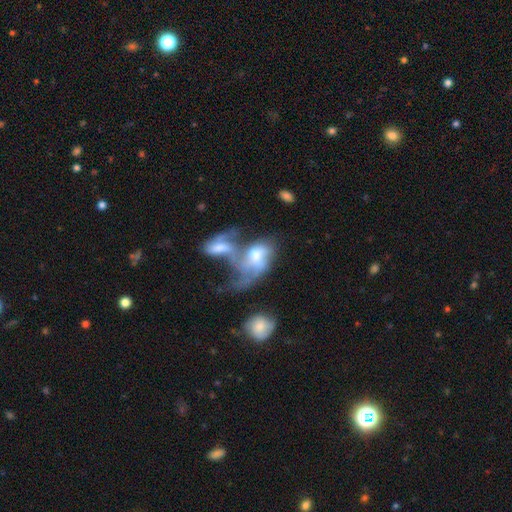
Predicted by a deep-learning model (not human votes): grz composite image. It shows a featured or disk galaxy (53%) with no bar (68%), no spiral arms (50%, tied with yes) and a moderate central bulge (49%). Merging: merger (70%).